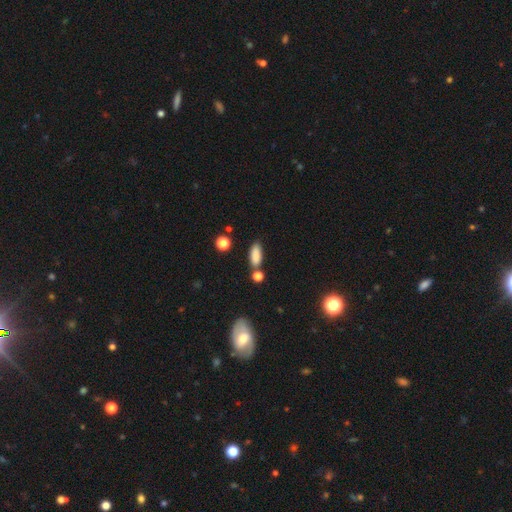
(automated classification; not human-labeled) Morphology: type=smooth (85%); roundness=in between (77%); merging=none (68%).